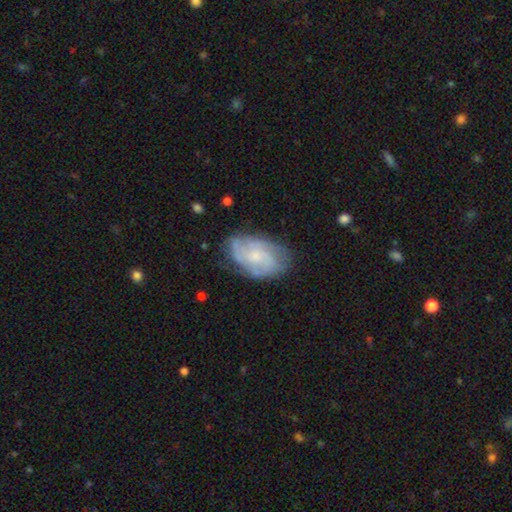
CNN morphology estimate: Q: Smooth or featured?
A: featured or disk (71%); runner-up: smooth (23%)
Q: Edge-on disk?
A: no (97%); runner-up: yes (3%)
Q: Bar?
A: no (68%); runner-up: weak (29%)
Q: Spiral arms?
A: yes (90%); runner-up: no (10%)
Q: Spiral winding?
A: tight (47%); runner-up: medium (40%)
Q: Spiral arm count?
A: can't tell (32%); tied with: 2 (32%)
Q: Bulge size?
A: small (52%); runner-up: moderate (31%)
Q: Merging?
A: none (69%); runner-up: minor disturbance (22%)